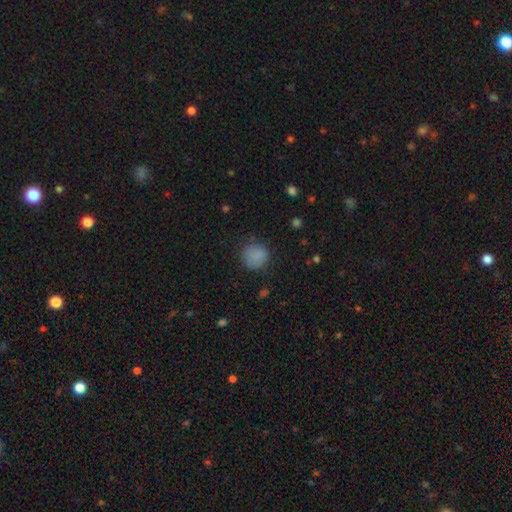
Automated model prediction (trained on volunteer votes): Smooth or featured? smooth (84%)
How rounded? round (89%)
Merging? none (76%)